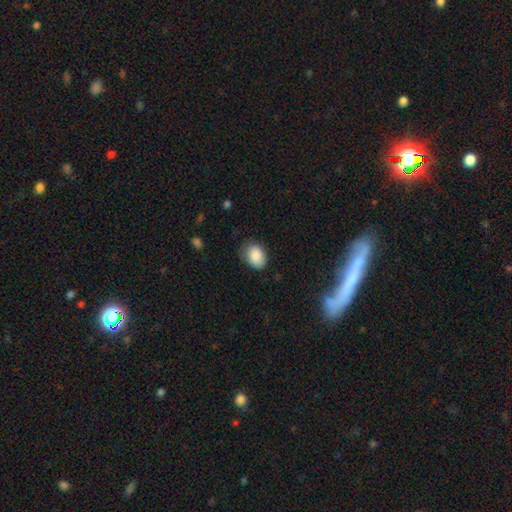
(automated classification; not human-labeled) A smooth galaxy with no disk features (87%) that is in between round and cigar-shaped (69%). Merging: none (70%).